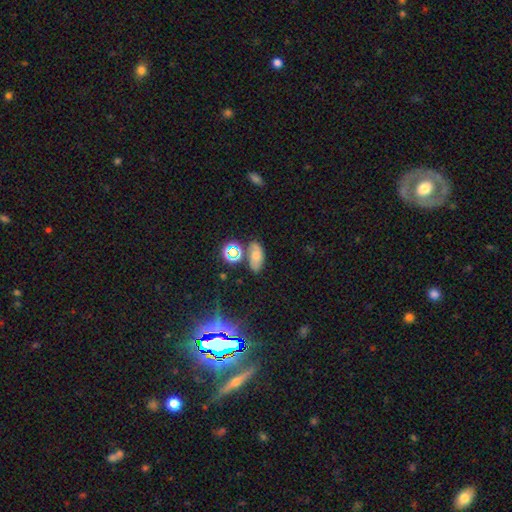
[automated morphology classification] Smooth or featured?
  - smooth: 56% *
  - star or artifact: 24%
  - featured or disk: 21%
How rounded?
  - in between: 84% *
  - round: 10%
  - cigar-shaped: 6%
Merging?
  - none: 66% *
  - minor disturbance: 18%
  - merger: 9%
  - major disturbance: 6%